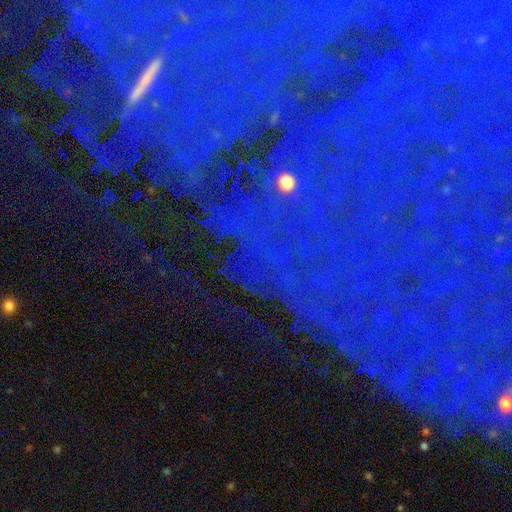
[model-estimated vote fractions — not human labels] A star or artifact, not a galaxy (81%).

Vote fractions:
- Smooth or featured? star or artifact: 81% / featured or disk: 10% / smooth: 8%